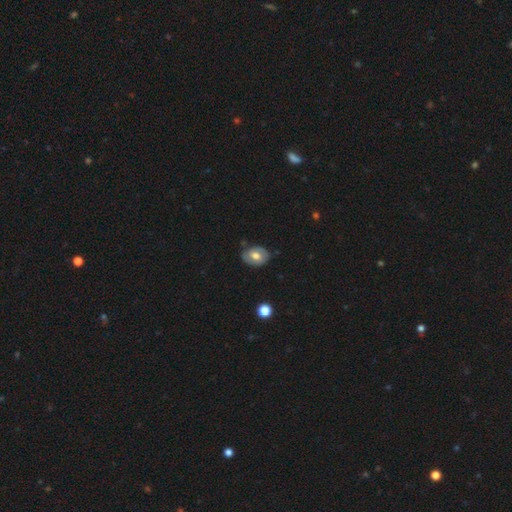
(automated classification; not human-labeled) Morphology: type=smooth (47%); merging=none (74%).